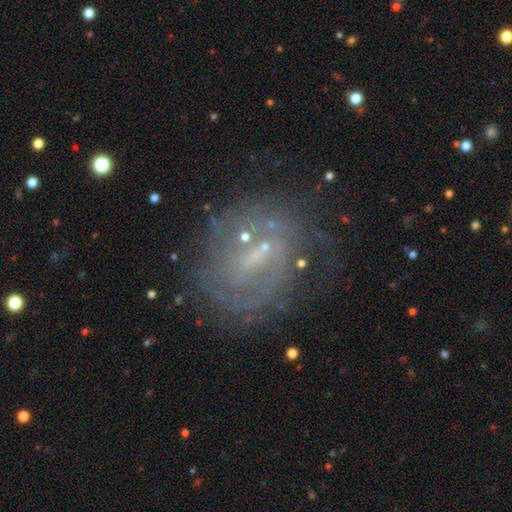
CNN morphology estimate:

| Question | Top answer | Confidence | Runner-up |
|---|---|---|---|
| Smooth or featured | featured or disk | 75% | smooth (14%) |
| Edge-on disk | no | 96% | yes (4%) |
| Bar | weak | 50% | strong (27%) |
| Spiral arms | yes | 79% | no (21%) |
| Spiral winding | tight | 56% | medium (31%) |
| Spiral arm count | can't tell | 46% | 2 (31%) |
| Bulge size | small | 57% | none (26%) |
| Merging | none | 68% | minor disturbance (17%) |